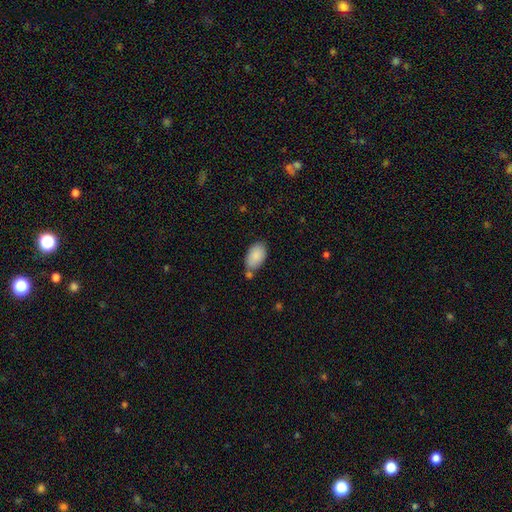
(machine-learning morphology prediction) smooth-or-featured: smooth: 88% | star or artifact: 6% | featured or disk: 6%
  how-rounded: in between: 95% | round: 4% | cigar-shaped: 2%
  merging: none: 63% | minor disturbance: 19% | merger: 13% | major disturbance: 4%